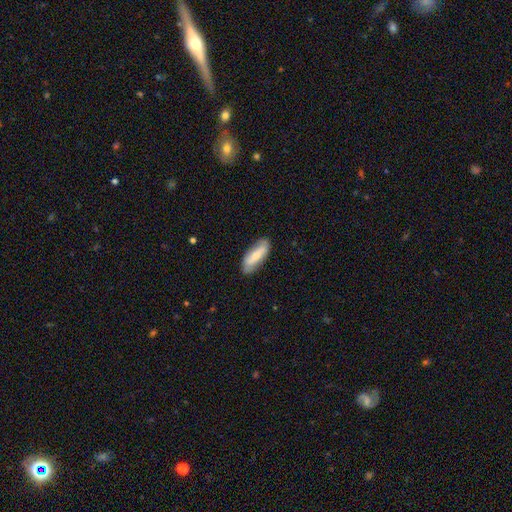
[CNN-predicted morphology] smooth 62%, featured or disk 33%, star or artifact 6%. Down the decision tree: how rounded — in between (68%); merging — none (82%).